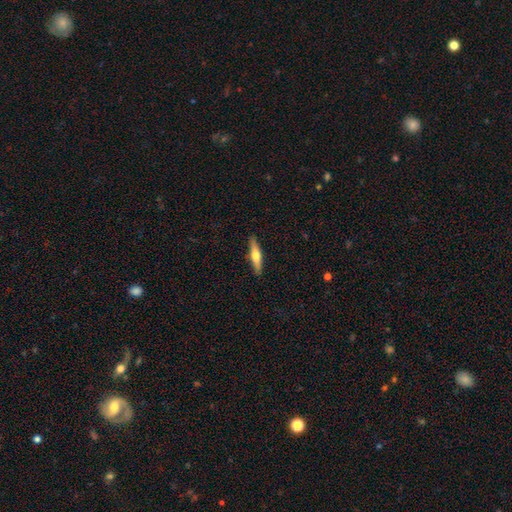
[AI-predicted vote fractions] A featured or disk galaxy (52%) viewed edge-on (95%).

Vote fractions:
- Smooth or featured? featured or disk: 52% / smooth: 43% / star or artifact: 5%
- Edge-on disk? yes: 95% / no: 5%
- Merging? none: 90% / minor disturbance: 7% / major disturbance: 2% / merger: 1%